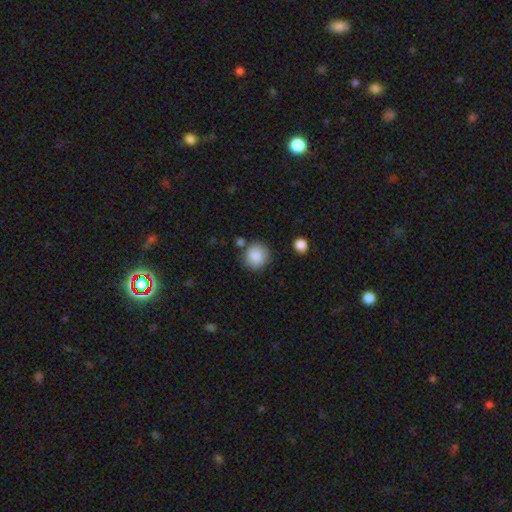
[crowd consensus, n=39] Smooth or featured: smooth — 90% (star or artifact — 8%)
How rounded: round — 89% (in between — 9%)
Merging: none — 75% (merger — 14%)